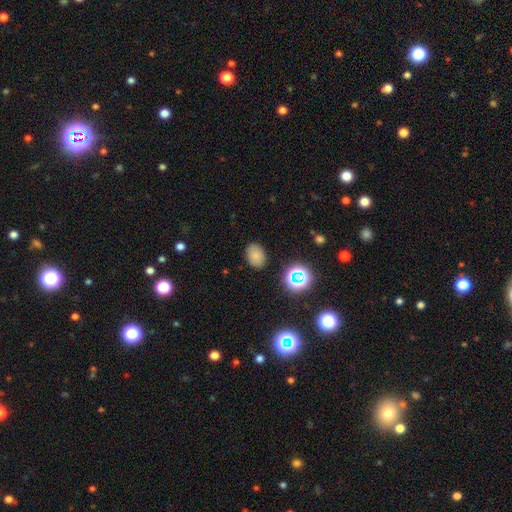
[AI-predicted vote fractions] Morphology: type=smooth (76%); roundness=in between (74%); merging=none (84%).